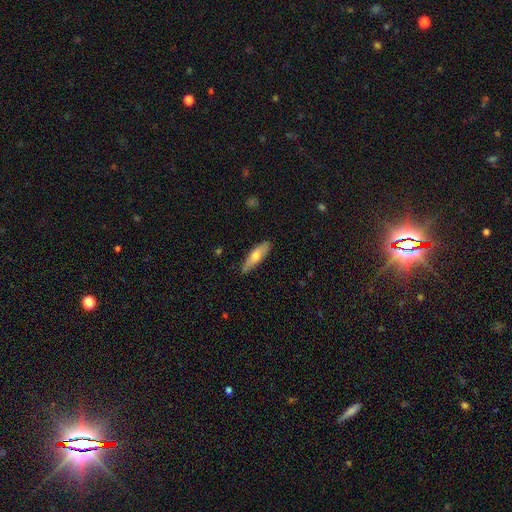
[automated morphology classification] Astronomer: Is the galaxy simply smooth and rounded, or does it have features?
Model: smooth — 63%.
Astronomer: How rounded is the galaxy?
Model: cigar-shaped — 61% (runner-up: in between, 37%).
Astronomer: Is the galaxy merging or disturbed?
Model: none — 81%.